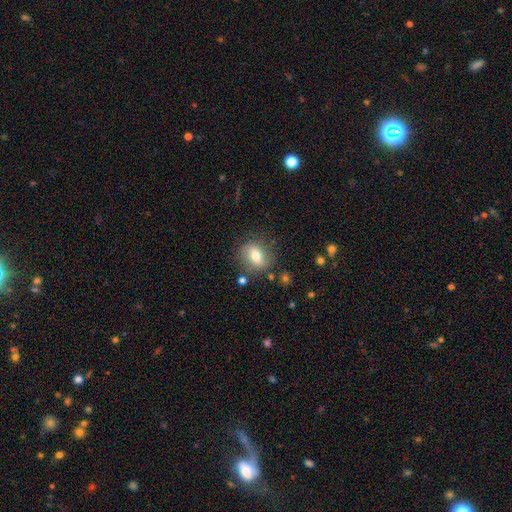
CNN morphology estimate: type=smooth (67%); roundness=round (56%); merging=none (76%).